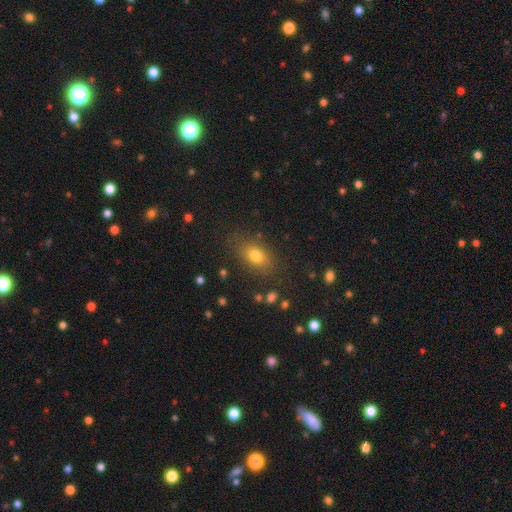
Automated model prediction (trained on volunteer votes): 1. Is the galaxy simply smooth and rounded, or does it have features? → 76% smooth, 13% star or artifact, 11% featured or disk.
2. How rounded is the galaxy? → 76% in between, 20% round, 4% cigar-shaped.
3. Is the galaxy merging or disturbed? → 81% none, 12% minor disturbance, 4% major disturbance, 2% merger.